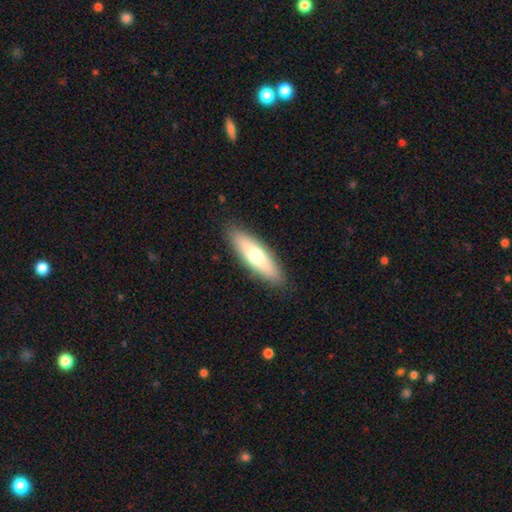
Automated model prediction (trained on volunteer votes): smooth-or-featured: smooth: 61% | featured or disk: 33% | star or artifact: 6%
  how-rounded: cigar-shaped: 57% | in between: 41% | round: 2%
  merging: none: 88% | minor disturbance: 8% | major disturbance: 2% | merger: 1%